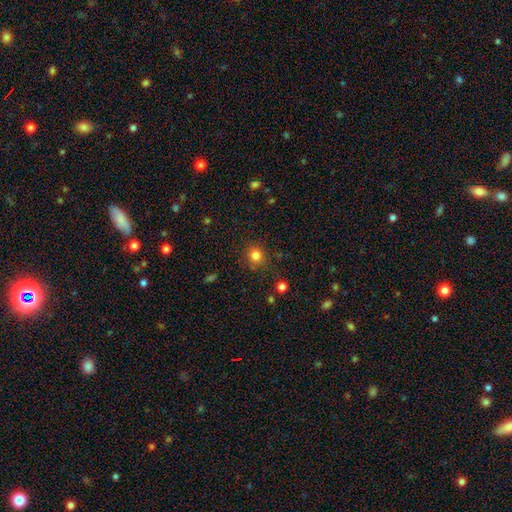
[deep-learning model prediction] smooth 81%, star or artifact 13%, featured or disk 6%. Down the decision tree: how rounded — round (88%); merging — none (81%).